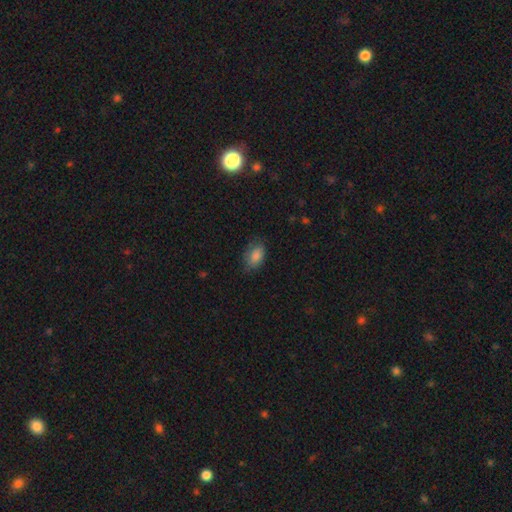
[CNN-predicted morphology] smooth 84%, featured or disk 8%, star or artifact 8%. Down the decision tree: how rounded — in between (90%); merging — none (67%).